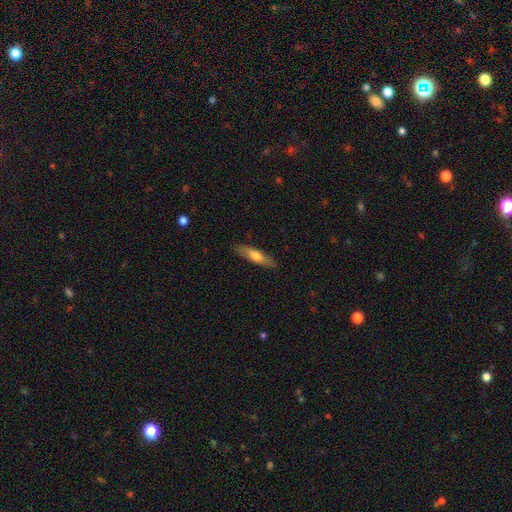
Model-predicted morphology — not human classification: This appears to be a smooth galaxy with no disk features (61%) that is cigar-shaped (72%). Merging: none (87%).